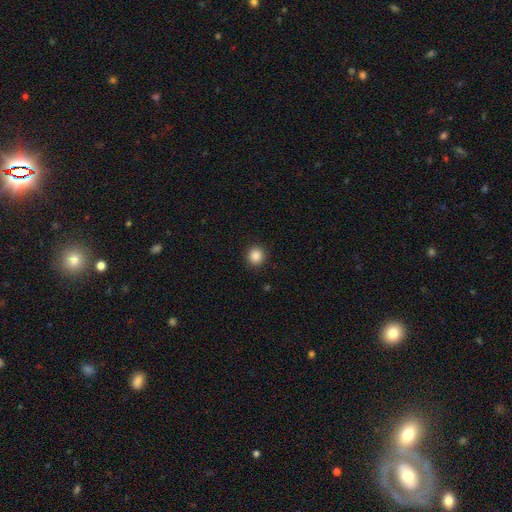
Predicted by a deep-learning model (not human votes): smooth_or_featured: smooth (p=0.87) [alt: star or artifact p=0.10]
how_rounded: round (p=0.92) [alt: in between p=0.07]
merging: none (p=0.92) [alt: minor disturbance p=0.05]